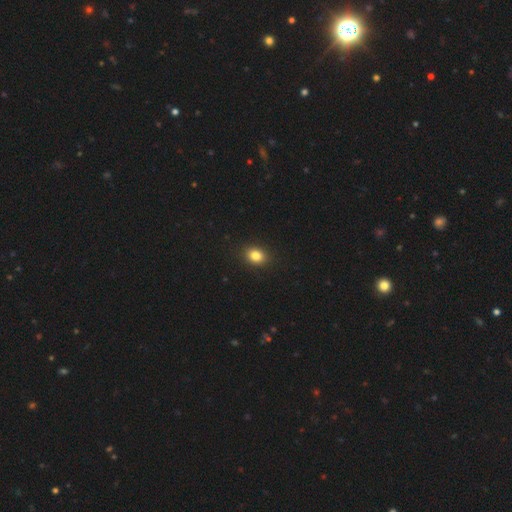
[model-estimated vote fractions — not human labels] Smooth or featured? Predicted: smooth (p=0.84). How rounded? Predicted: in between (p=0.54). Merging? Predicted: none (p=0.90).